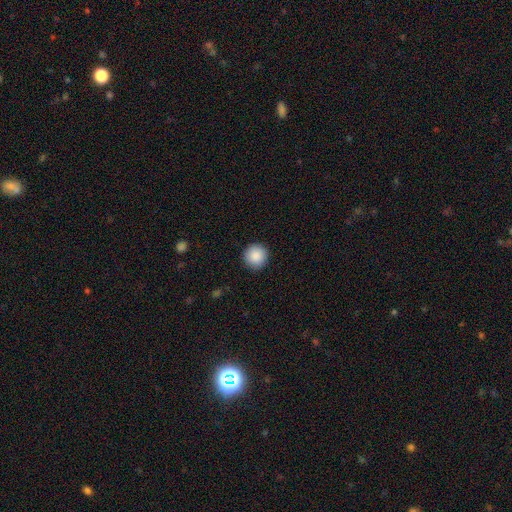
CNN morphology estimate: smooth-or-featured: smooth: 89% | star or artifact: 8% | featured or disk: 3%
  how-rounded: round: 95% | in between: 4% | cigar-shaped: 1%
  merging: none: 92% | minor disturbance: 6% | major disturbance: 2% | merger: 1%